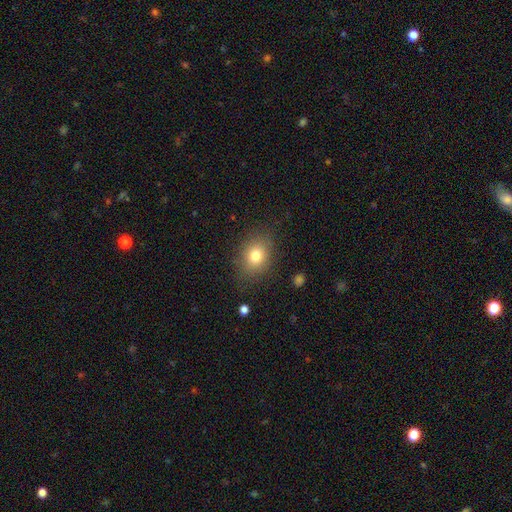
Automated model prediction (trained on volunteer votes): Smooth or featured: smooth — 78% (star or artifact — 11%)
How rounded: in between — 51% (round — 48%)
Merging: none — 82% (minor disturbance — 12%)